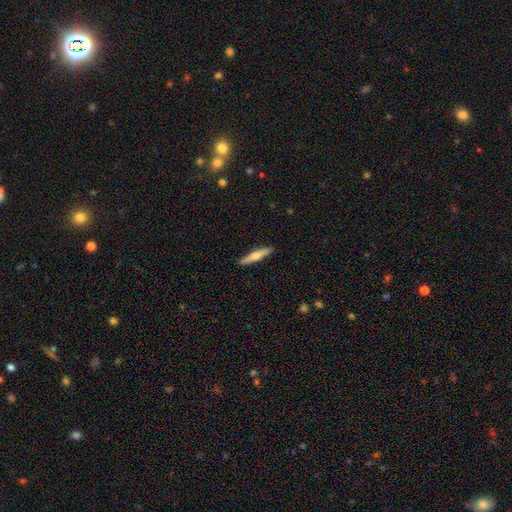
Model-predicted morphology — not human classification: smooth_or_featured: featured or disk (p=0.48) [alt: smooth p=0.46]
merging: none (p=0.91) [alt: minor disturbance p=0.07]